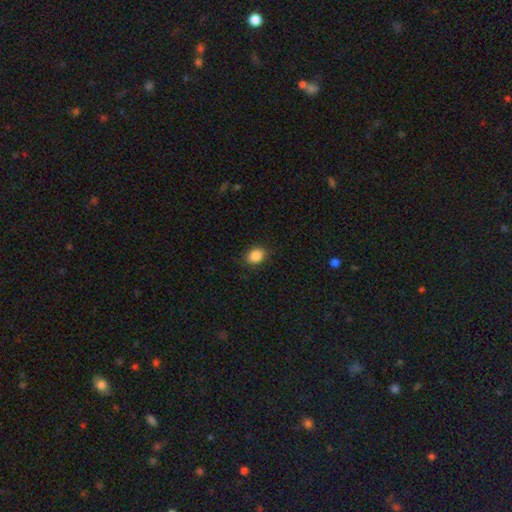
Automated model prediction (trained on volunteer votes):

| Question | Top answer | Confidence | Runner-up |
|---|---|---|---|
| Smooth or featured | smooth | 87% | star or artifact (9%) |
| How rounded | in between | 58% | round (41%) |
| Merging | none | 86% | minor disturbance (11%) |